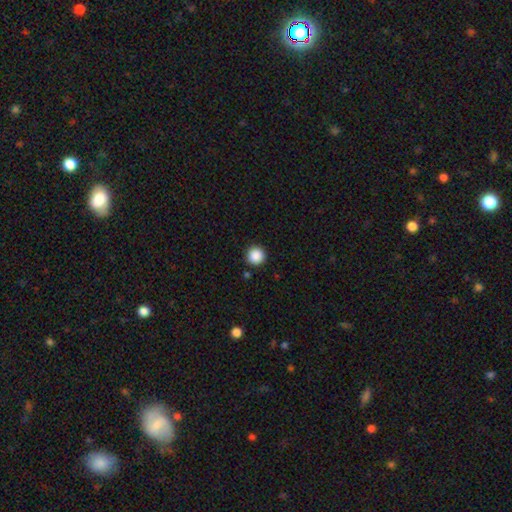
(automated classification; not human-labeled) A smooth galaxy with no disk features (88%) that is round (96%). Merging: none (91%).